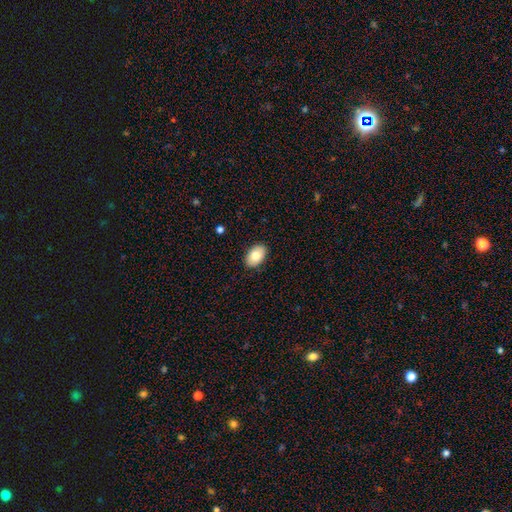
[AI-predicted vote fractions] Smooth or featured?
  - smooth: 79% *
  - featured or disk: 14%
  - star or artifact: 7%
How rounded?
  - in between: 89% *
  - round: 10%
  - cigar-shaped: 1%
Merging?
  - none: 89% *
  - minor disturbance: 8%
  - major disturbance: 2%
  - merger: 1%